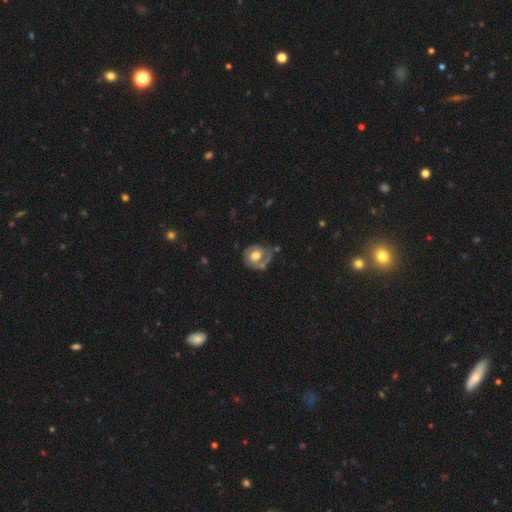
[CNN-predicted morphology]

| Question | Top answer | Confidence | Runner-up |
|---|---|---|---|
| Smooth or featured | featured or disk | 67% | smooth (27%) |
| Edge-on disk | no | 97% | yes (3%) |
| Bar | no | 60% | weak (31%) |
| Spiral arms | yes | 79% | no (21%) |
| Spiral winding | tight | 48% | medium (37%) |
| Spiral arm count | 2 | 50% | 1 (37%) |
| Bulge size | moderate | 55% | large (33%) |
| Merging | none | 58% | minor disturbance (23%) |